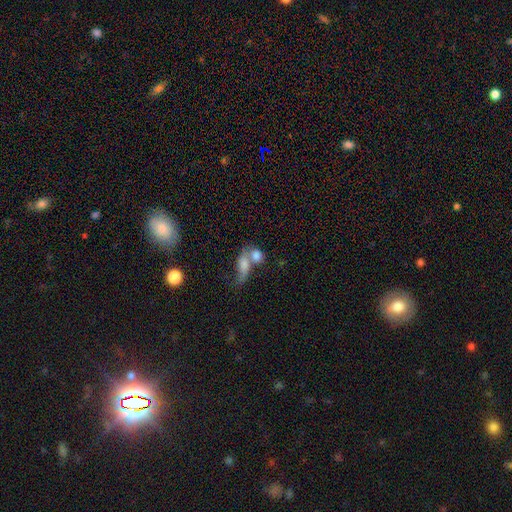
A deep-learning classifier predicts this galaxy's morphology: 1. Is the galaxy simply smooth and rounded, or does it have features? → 71% smooth, 19% featured or disk, 9% star or artifact.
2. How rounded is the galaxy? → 61% in between, 33% round, 6% cigar-shaped.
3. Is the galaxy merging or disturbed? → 65% merger, 18% none, 9% major disturbance, 8% minor disturbance.